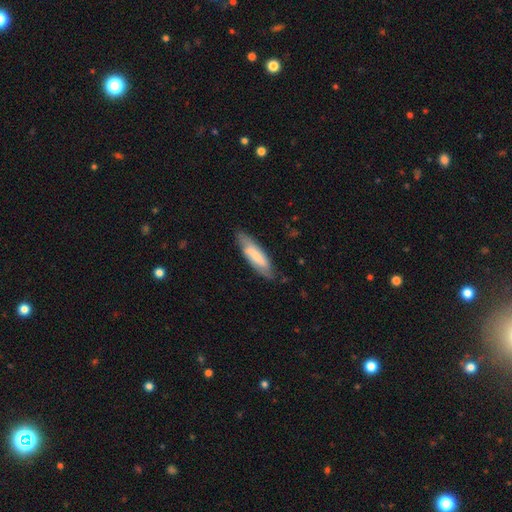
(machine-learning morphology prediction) smooth 55%, featured or disk 39%, star or artifact 6%. Down the decision tree: how rounded — cigar-shaped (57%); merging — none (76%).